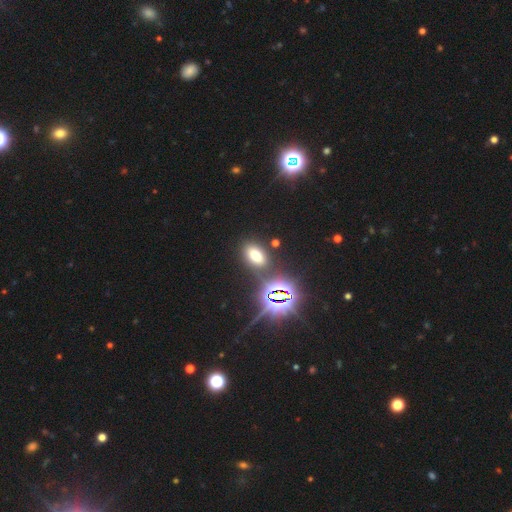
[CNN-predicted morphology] A smooth galaxy with no disk features (58%) that is in between round and cigar-shaped (85%). Merging: none (80%).